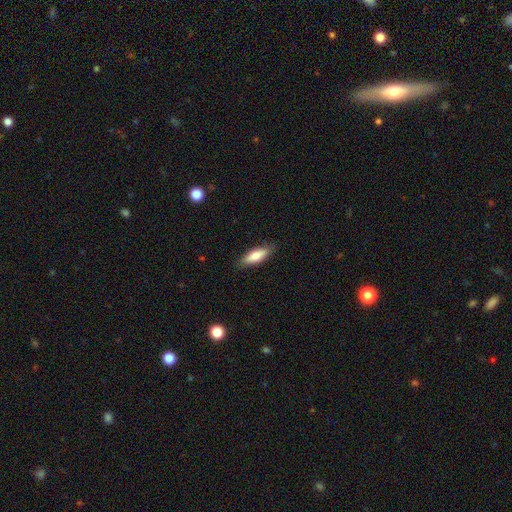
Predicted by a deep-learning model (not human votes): smooth-or-featured: smooth: 77% | featured or disk: 17% | star or artifact: 6%
  how-rounded: in between: 53% | cigar-shaped: 45% | round: 2%
  merging: none: 85% | minor disturbance: 12% | major disturbance: 2% | merger: 1%